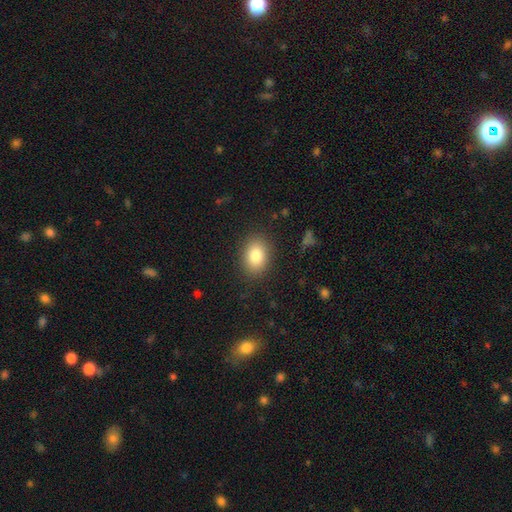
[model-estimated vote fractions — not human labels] The model was most divided on "how rounded": in between: 69%, round: 30%, cigar-shaped: 1%. More confident: merging — none (87%); smooth or featured — smooth (83%).